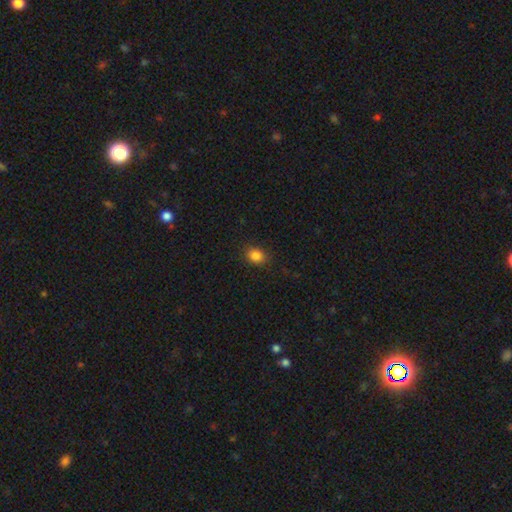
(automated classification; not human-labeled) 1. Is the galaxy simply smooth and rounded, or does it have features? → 85% smooth, 11% star or artifact, 4% featured or disk.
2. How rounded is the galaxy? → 57% round, 42% in between, 1% cigar-shaped.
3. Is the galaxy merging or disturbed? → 87% none, 10% minor disturbance, 3% major disturbance, 1% merger.